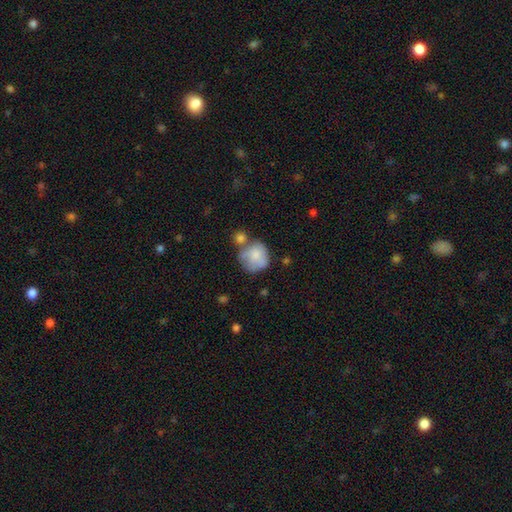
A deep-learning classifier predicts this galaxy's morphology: This appears to be a smooth galaxy with no disk features (70%) that is round (79%). Merging: none (41%).